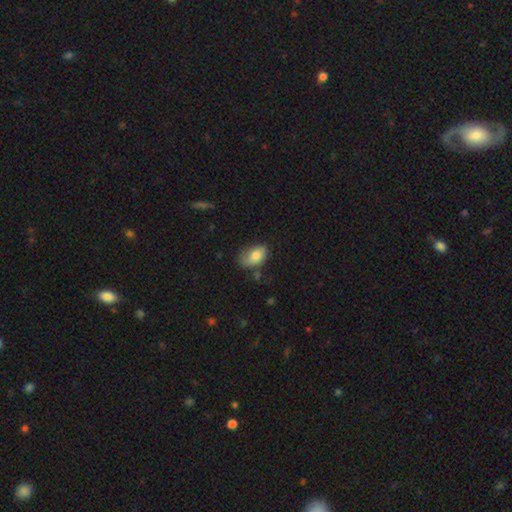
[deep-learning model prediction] This appears to be a smooth galaxy with no disk features (78%) that is in between round and cigar-shaped (90%). Merging: none (46%).